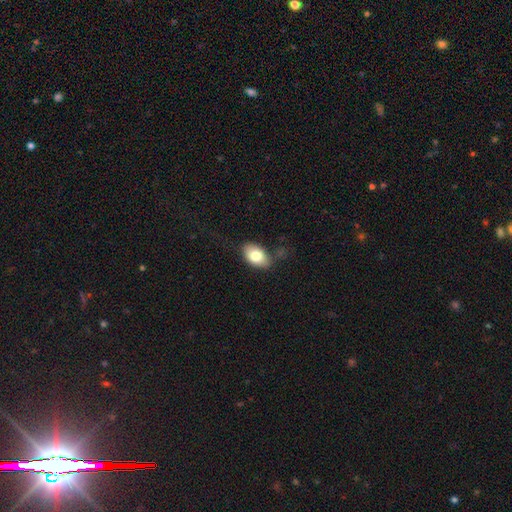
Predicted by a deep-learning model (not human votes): smooth_or_featured: smooth (p=0.79) [alt: featured or disk p=0.14]
how_rounded: in between (p=0.89) [alt: round p=0.10]
merging: none (p=0.67) [alt: minor disturbance p=0.22]